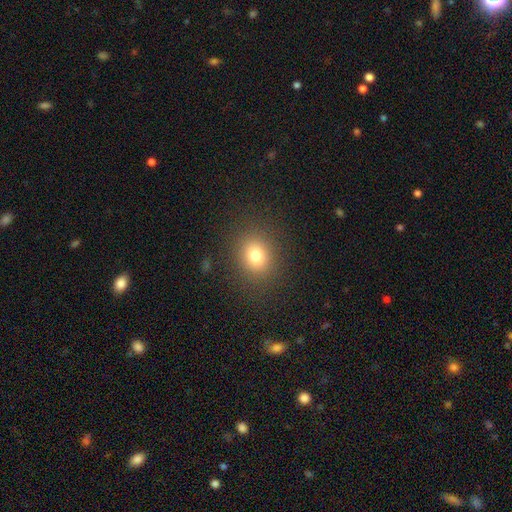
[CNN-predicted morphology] smooth-or-featured: smooth: 76% | star or artifact: 15% | featured or disk: 9%
  how-rounded: round: 75% | in between: 24% | cigar-shaped: 1%
  merging: none: 88% | minor disturbance: 7% | major disturbance: 4% | merger: 1%